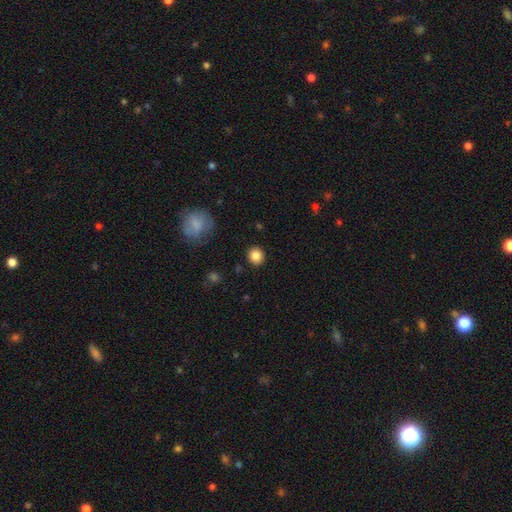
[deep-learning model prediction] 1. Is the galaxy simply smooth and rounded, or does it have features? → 85% smooth, 10% star or artifact, 5% featured or disk.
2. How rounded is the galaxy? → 80% round, 19% in between, 1% cigar-shaped.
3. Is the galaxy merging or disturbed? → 90% none, 6% minor disturbance, 2% major disturbance, 1% merger.